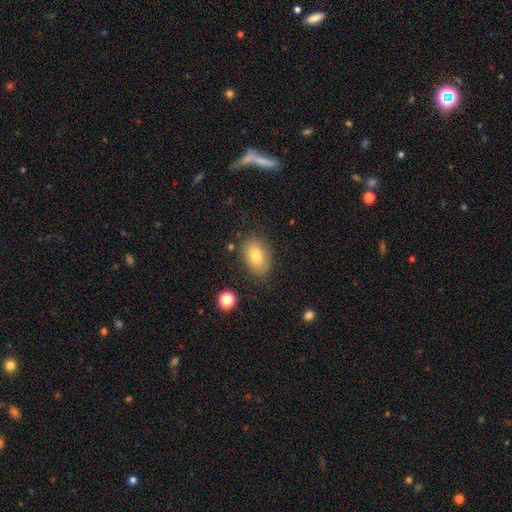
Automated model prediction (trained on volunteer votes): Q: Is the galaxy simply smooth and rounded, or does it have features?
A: smooth — 77%.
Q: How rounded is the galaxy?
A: in between — 82%.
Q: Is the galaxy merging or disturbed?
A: none — 80%.